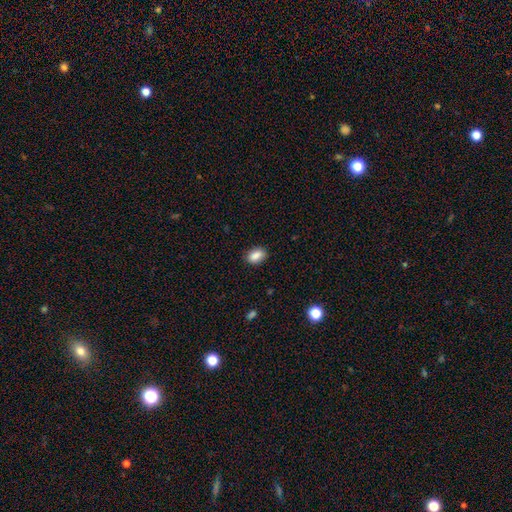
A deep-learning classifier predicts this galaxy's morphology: This is clearly a smooth galaxy (88%). How rounded: clearly in between (85%). Merging: clearly none (86%).